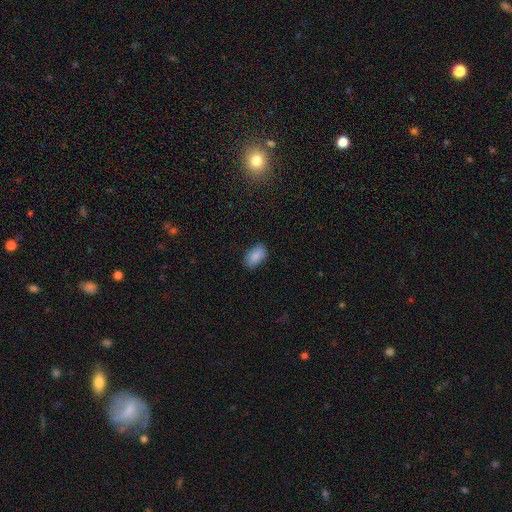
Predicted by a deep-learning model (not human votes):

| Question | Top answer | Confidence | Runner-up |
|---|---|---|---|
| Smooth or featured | smooth | 87% | star or artifact (7%) |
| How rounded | in between | 93% | round (5%) |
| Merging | none | 85% | minor disturbance (12%) |